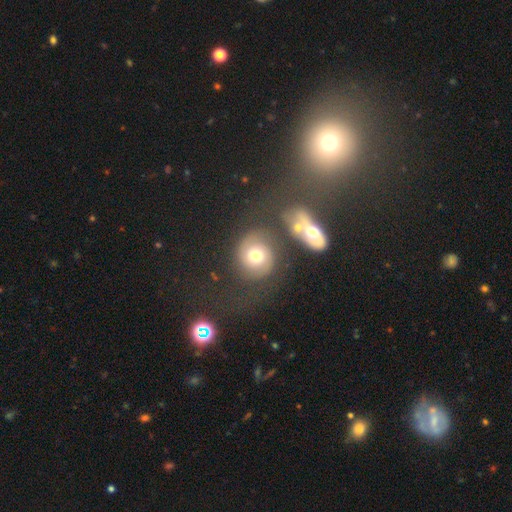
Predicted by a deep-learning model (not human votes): Smooth or featured?
  - smooth: 48% *
  - featured or disk: 41%
  - star or artifact: 11%
Merging?
  - none: 58% *
  - merger: 18%
  - minor disturbance: 14%
  - major disturbance: 10%